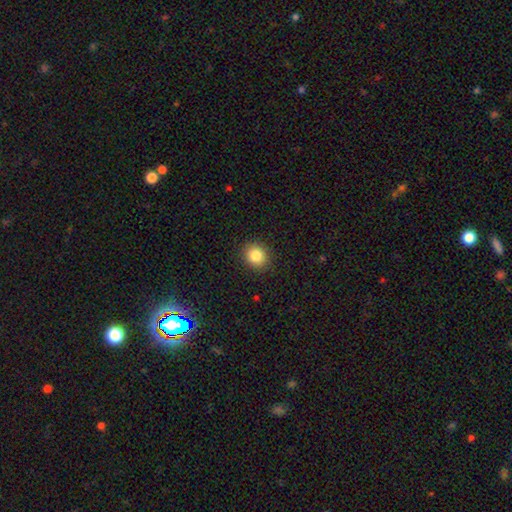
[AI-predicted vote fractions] A smooth galaxy with no disk features (84%) that is round (83%).

Vote fractions:
- Smooth or featured? smooth: 84% / star or artifact: 11% / featured or disk: 6%
- How rounded? round: 83% / in between: 16% / cigar-shaped: 1%
- Merging? none: 91% / minor disturbance: 6% / major disturbance: 2% / merger: 1%